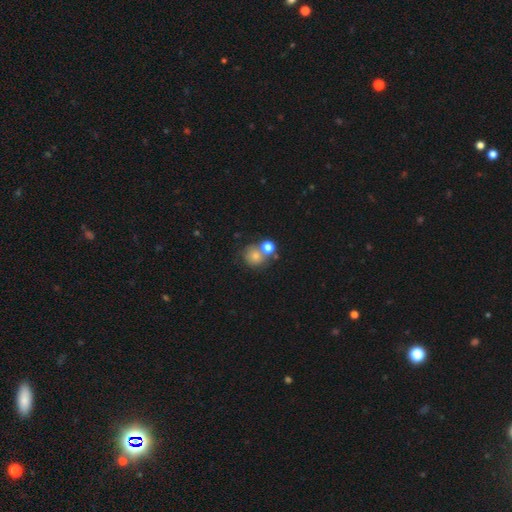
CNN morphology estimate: This appears to be a smooth galaxy with no disk features (74%) that is round (86%). Merging: none (50%).